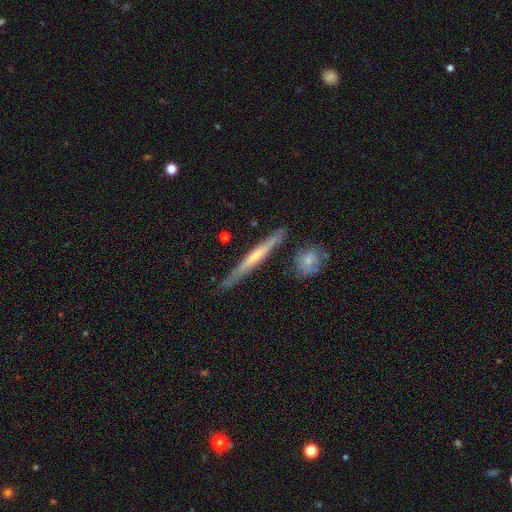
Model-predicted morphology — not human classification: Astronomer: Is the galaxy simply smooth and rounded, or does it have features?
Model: featured or disk — 61%.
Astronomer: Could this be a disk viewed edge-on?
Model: yes — 95%.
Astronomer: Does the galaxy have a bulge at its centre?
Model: rounded — 49% (runner-up: none, 44%).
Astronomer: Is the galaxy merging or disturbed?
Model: none — 84%.